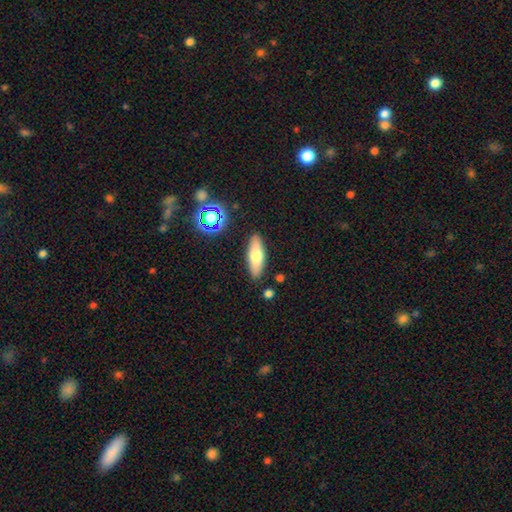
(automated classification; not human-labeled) Q: Smooth or featured?
A: smooth (65%); runner-up: featured or disk (27%)
Q: How rounded?
A: in between (51%); runner-up: cigar-shaped (47%)
Q: Merging?
A: none (87%); runner-up: minor disturbance (9%)